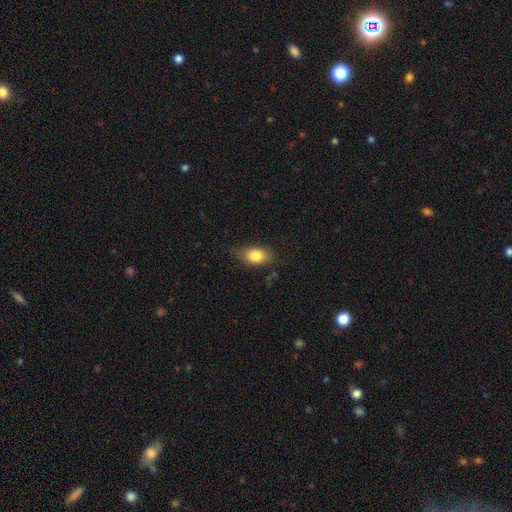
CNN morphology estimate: smooth-or-featured: smooth: 81% | featured or disk: 11% | star or artifact: 8%
  how-rounded: in between: 84% | round: 13% | cigar-shaped: 3%
  merging: none: 75% | minor disturbance: 19% | major disturbance: 4% | merger: 1%